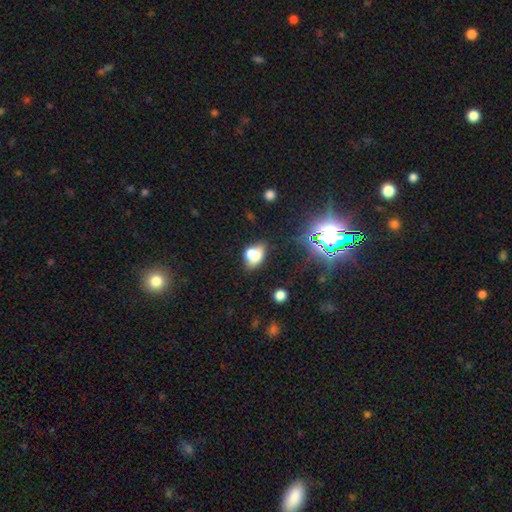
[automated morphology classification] Smooth or featured? smooth (64%)
How rounded? in between (71%)
Merging? none (39%)